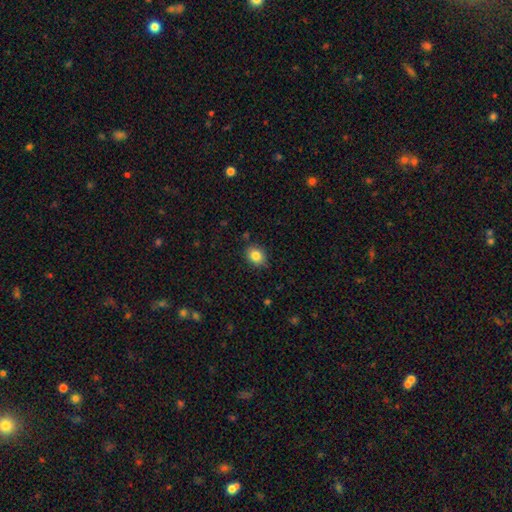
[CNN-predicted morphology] Q: Smooth or featured?
A: smooth (84%); runner-up: star or artifact (9%)
Q: How rounded?
A: in between (52%); runner-up: round (47%)
Q: Merging?
A: none (85%); runner-up: minor disturbance (11%)